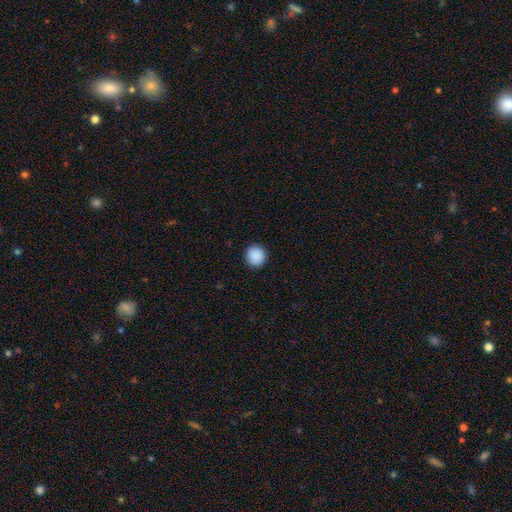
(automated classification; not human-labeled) Smooth or featured? smooth (90%)
How rounded? round (92%)
Merging? none (93%)